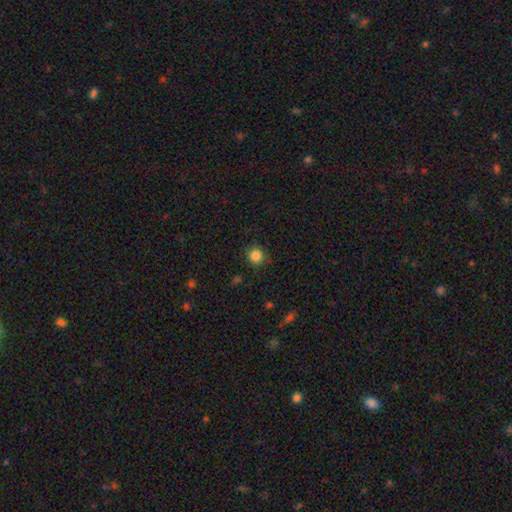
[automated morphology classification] Smooth or featured?
  - smooth: 85% *
  - star or artifact: 11%
  - featured or disk: 4%
How rounded?
  - round: 92% *
  - in between: 7%
  - cigar-shaped: 1%
Merging?
  - none: 86% *
  - minor disturbance: 10%
  - major disturbance: 3%
  - merger: 1%